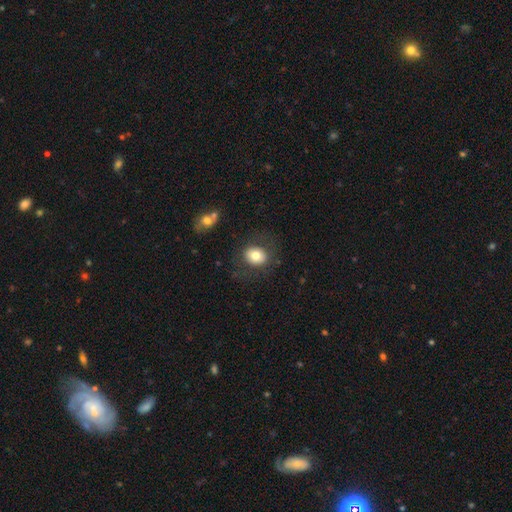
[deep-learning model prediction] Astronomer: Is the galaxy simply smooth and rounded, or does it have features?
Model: smooth — 75%.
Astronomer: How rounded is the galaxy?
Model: round — 54% (runner-up: in between, 45%).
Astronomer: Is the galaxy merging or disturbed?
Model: none — 79%.